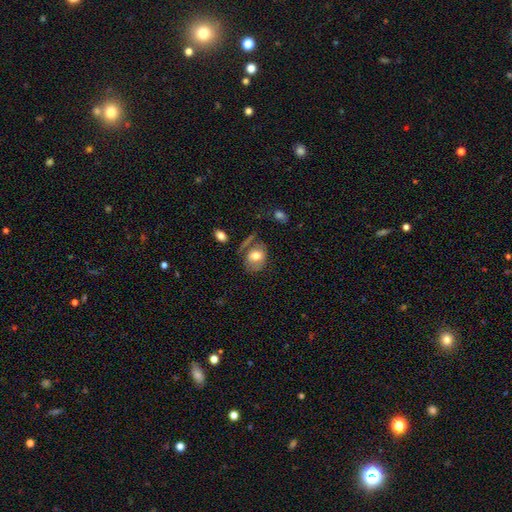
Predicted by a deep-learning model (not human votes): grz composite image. It shows a smooth galaxy with no disk features (61%) that is in between round and cigar-shaped (63%). Merging: none (50%).